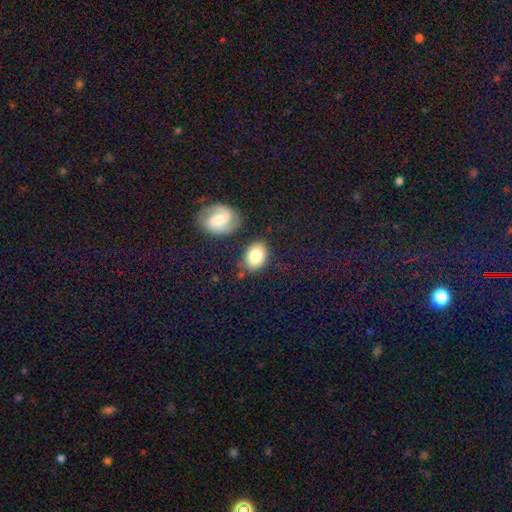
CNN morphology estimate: A smooth galaxy with no disk features (79%) that is in between round and cigar-shaped (74%).

Vote fractions:
- Smooth or featured? smooth: 79% / featured or disk: 15% / star or artifact: 6%
- How rounded? in between: 74% / round: 25% / cigar-shaped: 1%
- Merging? none: 75% / minor disturbance: 15% / merger: 7% / major disturbance: 4%